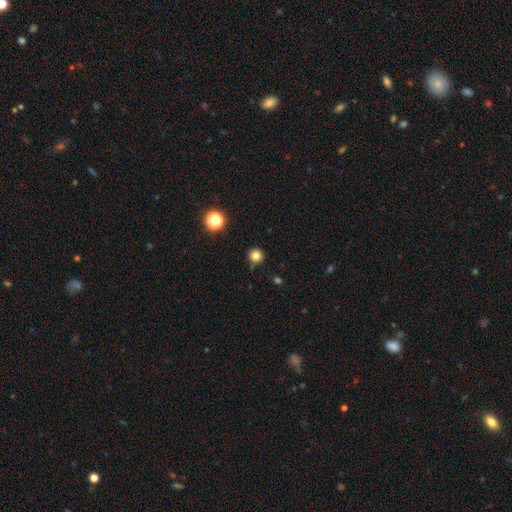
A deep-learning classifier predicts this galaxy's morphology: This appears to be a smooth galaxy with no disk features (81%) that is round (94%). Merging: none (86%).